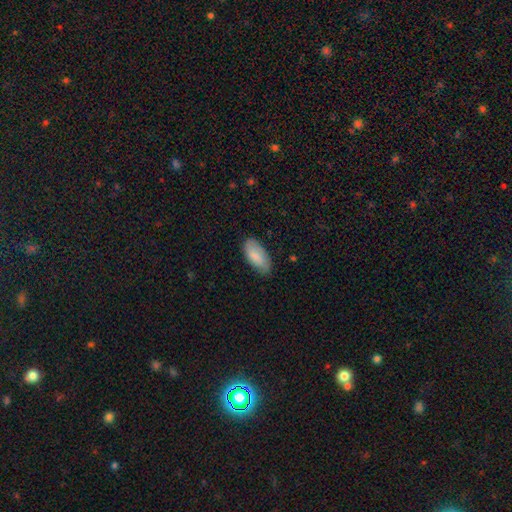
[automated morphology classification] smooth_or_featured: smooth (p=0.81) [alt: featured or disk p=0.13]
how_rounded: in between (p=0.92) [alt: cigar-shaped p=0.06]
merging: none (p=0.71) [alt: minor disturbance p=0.23]